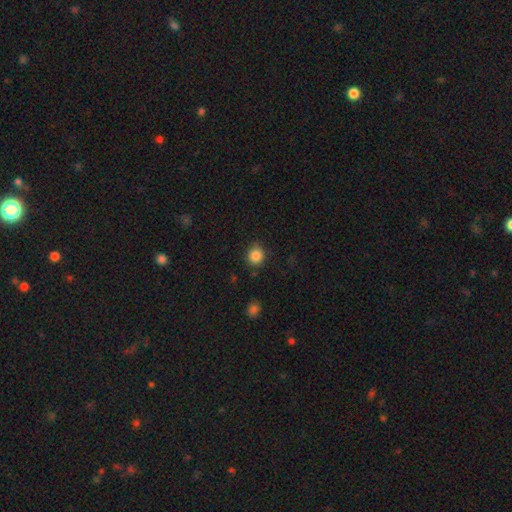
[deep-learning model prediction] Smooth or featured?
  - smooth: 85% *
  - star or artifact: 10%
  - featured or disk: 4%
How rounded?
  - round: 87% *
  - in between: 12%
  - cigar-shaped: 1%
Merging?
  - none: 85% *
  - minor disturbance: 11%
  - major disturbance: 3%
  - merger: 2%